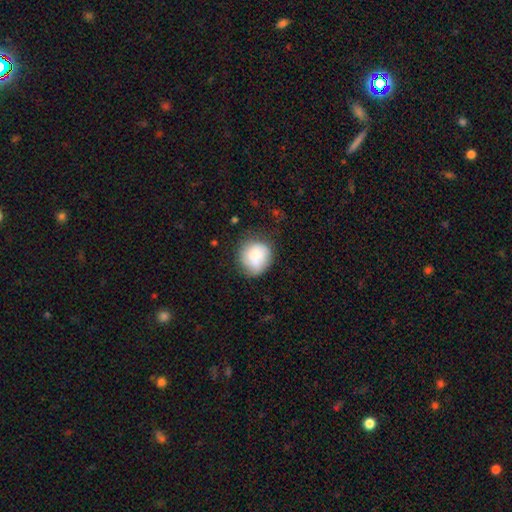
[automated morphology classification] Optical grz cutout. It shows a smooth galaxy with no disk features (72%) that is round (85%). Merging: none (62%).